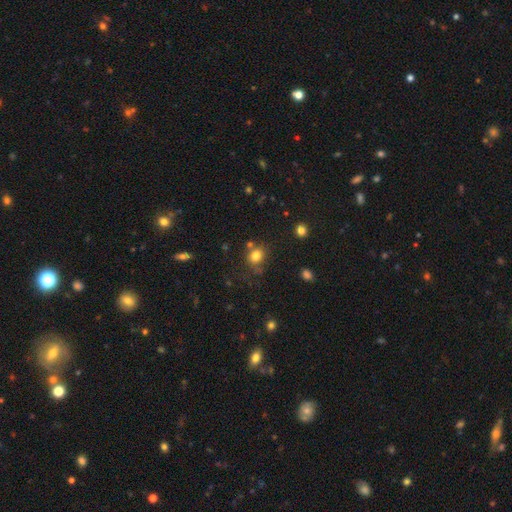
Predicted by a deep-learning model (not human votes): smooth_or_featured: smooth (p=0.80) [alt: star or artifact p=0.13]
how_rounded: round (p=0.73) [alt: in between p=0.26]
merging: none (p=0.65) [alt: minor disturbance p=0.17]